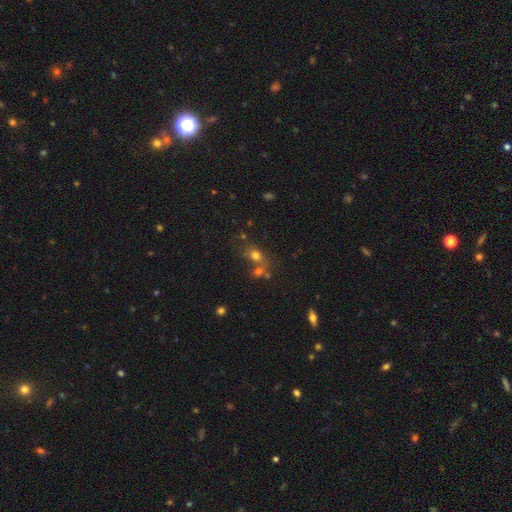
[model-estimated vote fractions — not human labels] Smooth or featured: smooth — 69% (star or artifact — 18%)
How rounded: round — 55% (in between — 43%)
Merging: none — 44% (merger — 36%)